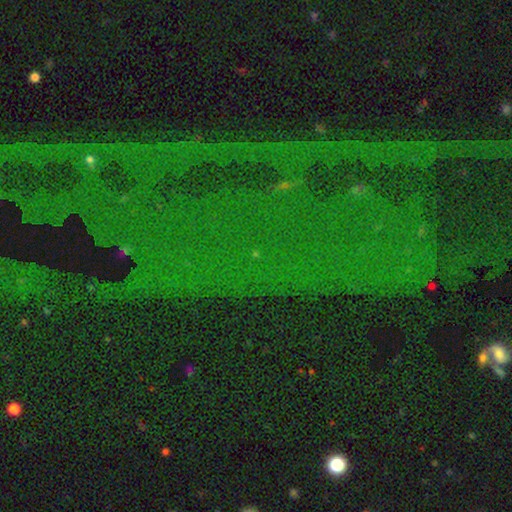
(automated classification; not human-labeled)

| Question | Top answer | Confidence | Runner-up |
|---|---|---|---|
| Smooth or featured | star or artifact | 81% | featured or disk (10%) |